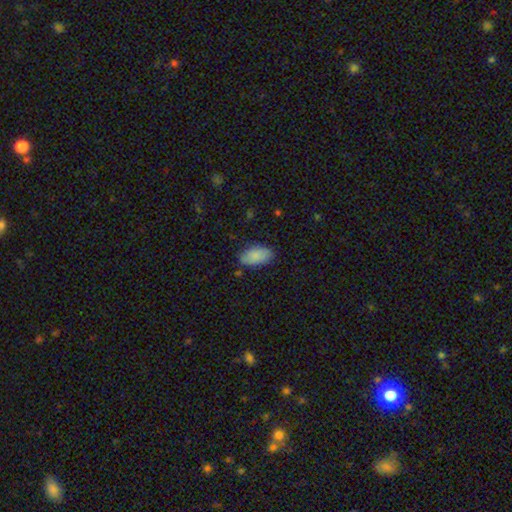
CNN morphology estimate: Q: Smooth or featured?
A: smooth (86%); runner-up: featured or disk (7%)
Q: How rounded?
A: in between (94%); runner-up: round (3%)
Q: Merging?
A: none (80%); runner-up: minor disturbance (15%)